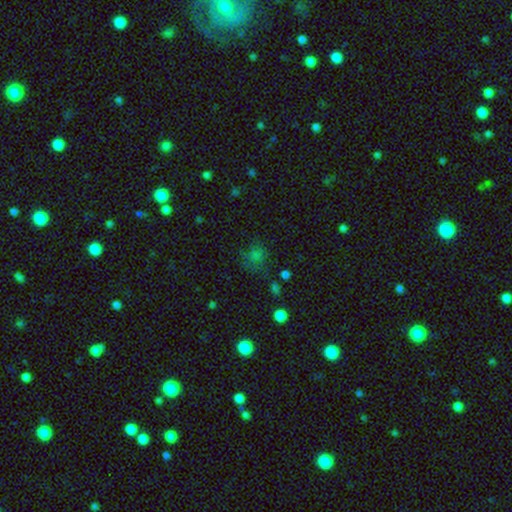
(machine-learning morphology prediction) Smooth or featured? Predicted: smooth (p=0.67). How rounded? Predicted: round (p=0.71). Merging? Predicted: none (p=0.56).